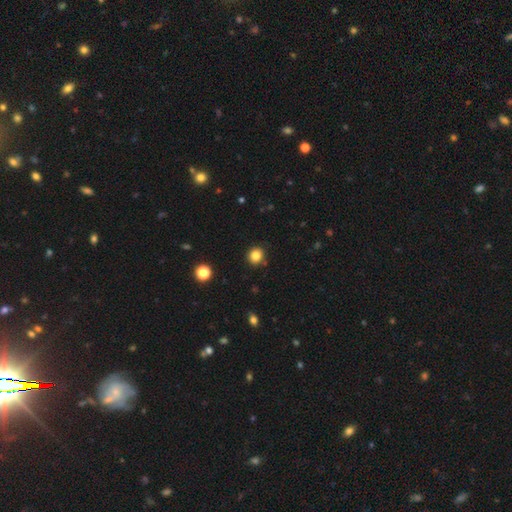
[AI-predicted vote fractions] Morphology: type=smooth (83%); roundness=round (84%); merging=none (89%).